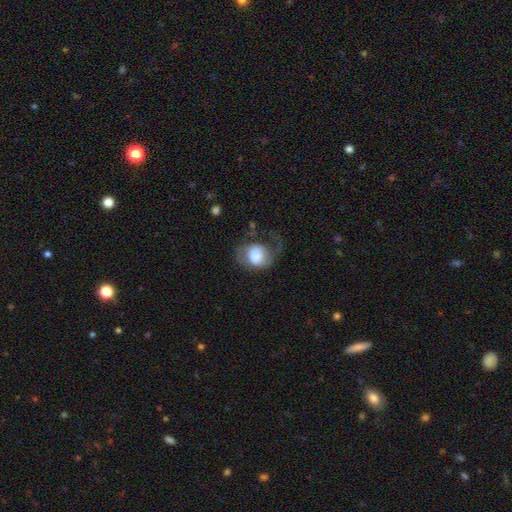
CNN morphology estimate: Smooth or featured?
  - smooth: 65% *
  - featured or disk: 28%
  - star or artifact: 8%
How rounded?
  - round: 64% *
  - in between: 35%
  - cigar-shaped: 1%
Merging?
  - major disturbance: 40% *
  - none: 33%
  - minor disturbance: 24%
  - merger: 3%